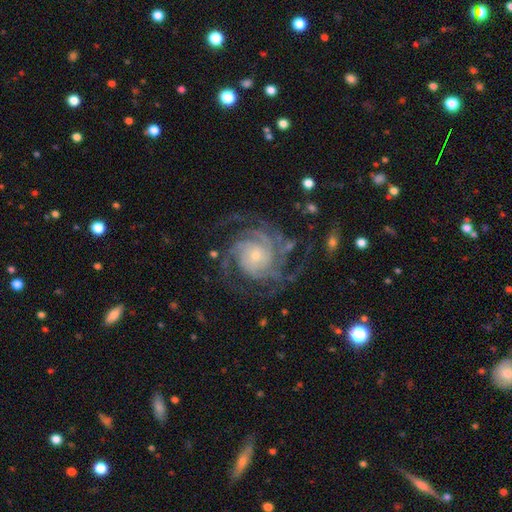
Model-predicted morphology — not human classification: This is clearly a featured or disk galaxy (90%). It is clearly not viewed edge-on (98%). Bar: likely no (74%). Spiral arm pattern: clearly yes (98%). Spiral arm count: marginally 4 (28%). Spiral winding: likely tight (65%). Central bulge: likely small (66%). Merging: likely none (70%).